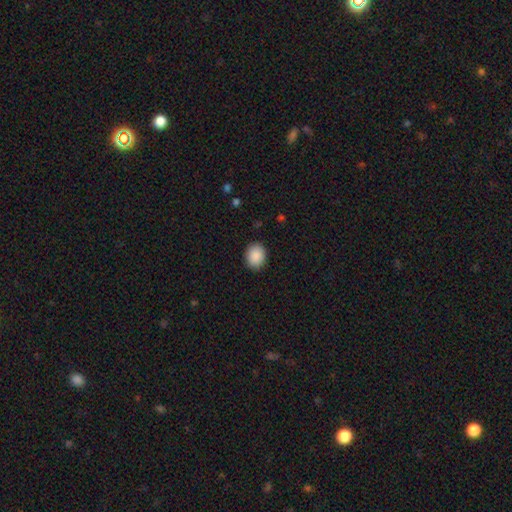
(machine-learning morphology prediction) smooth 90%, star or artifact 7%, featured or disk 3%. Down the decision tree: how rounded — in between (55%); merging — none (89%).